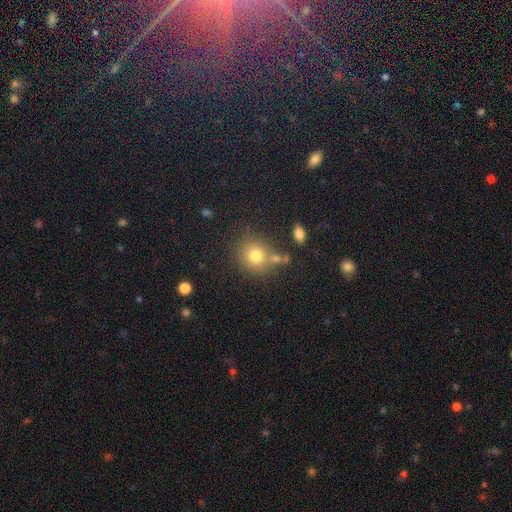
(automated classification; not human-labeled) smooth 77%, star or artifact 13%, featured or disk 10%. Down the decision tree: how rounded — round (84%); merging — none (70%).